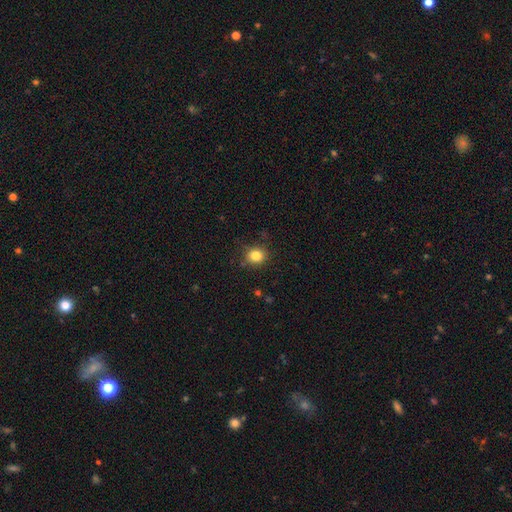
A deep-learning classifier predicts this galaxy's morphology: Smooth or featured: smooth — 82% (star or artifact — 12%)
How rounded: round — 83% (in between — 16%)
Merging: none — 84% (minor disturbance — 11%)